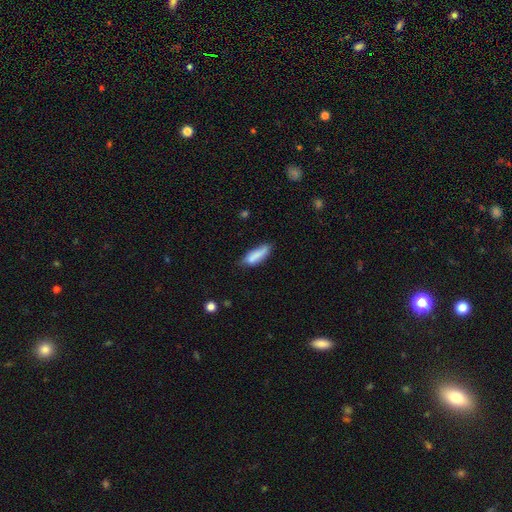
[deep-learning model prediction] Q: Smooth or featured?
A: smooth (81%); runner-up: featured or disk (12%)
Q: How rounded?
A: cigar-shaped (54%); runner-up: in between (44%)
Q: Merging?
A: none (57%); runner-up: minor disturbance (31%)